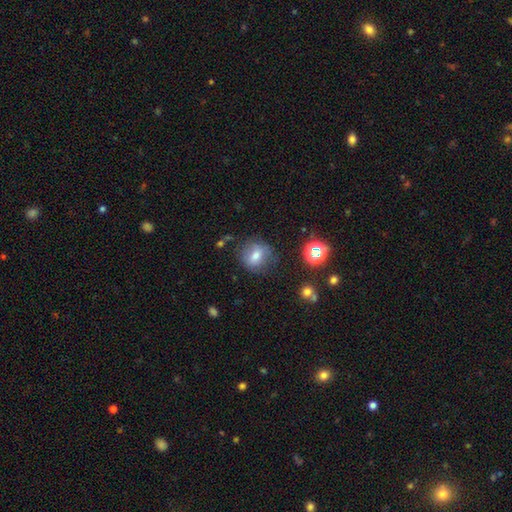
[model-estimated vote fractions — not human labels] smooth-or-featured: smooth: 68% | featured or disk: 19% | star or artifact: 13%
  how-rounded: round: 71% | in between: 27% | cigar-shaped: 2%
  merging: none: 74% | minor disturbance: 17% | major disturbance: 6% | merger: 3%